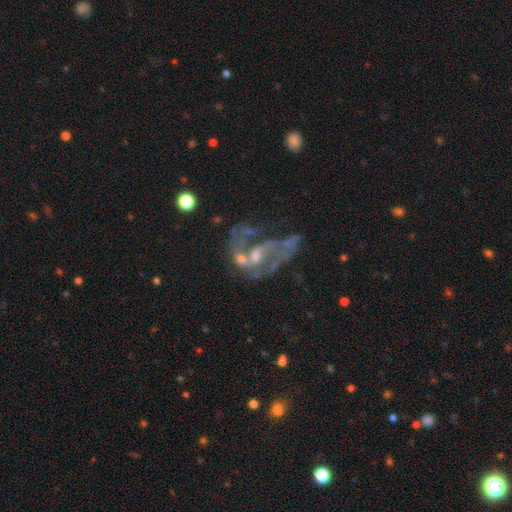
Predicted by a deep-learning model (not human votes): Q: Smooth or featured?
A: featured or disk (75%); runner-up: star or artifact (13%)
Q: Edge-on disk?
A: no (97%); runner-up: yes (3%)
Q: Bar?
A: no (61%); runner-up: weak (30%)
Q: Spiral arms?
A: yes (57%); runner-up: no (43%)
Q: Bulge size?
A: small (39%); runner-up: moderate (32%)
Q: Merging?
A: major disturbance (34%); runner-up: merger (27%)